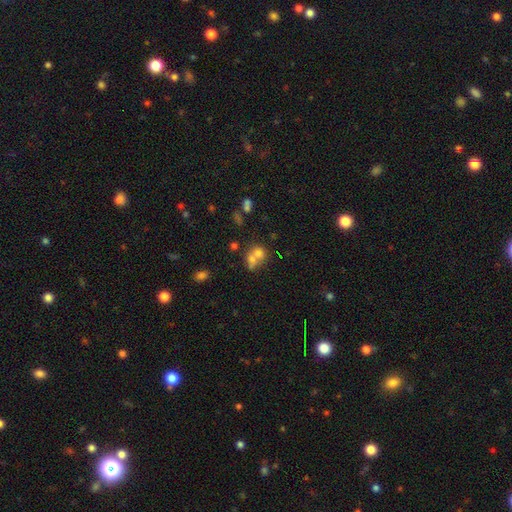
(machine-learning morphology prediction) The model was most divided on "how rounded": round: 65%, in between: 34%, cigar-shaped: 1%. More confident: smooth or featured — smooth (66%); merging — merger (63%).